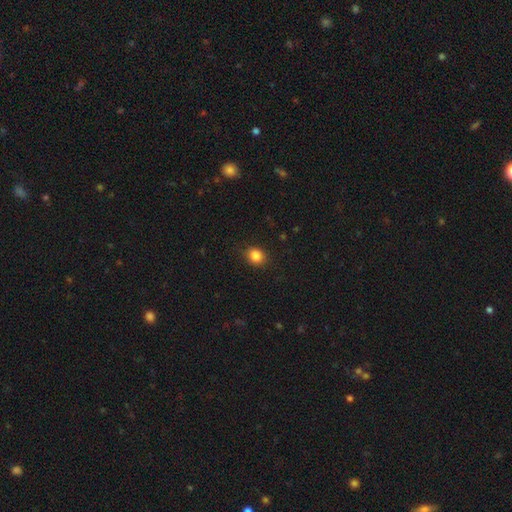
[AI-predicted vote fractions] Smooth or featured: smooth — 85% (star or artifact — 11%)
How rounded: round — 65% (in between — 34%)
Merging: none — 85% (minor disturbance — 11%)